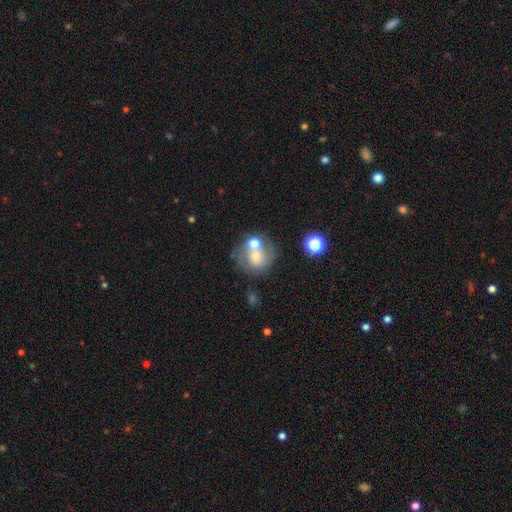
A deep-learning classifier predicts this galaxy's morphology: This appears to be a smooth galaxy with no disk features (52%) that is round (80%). Merging: none (40%).